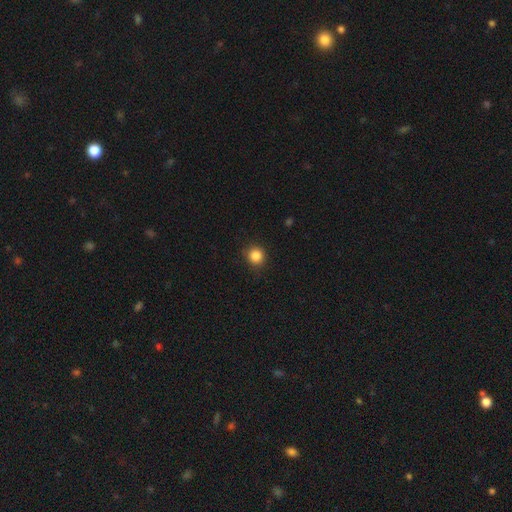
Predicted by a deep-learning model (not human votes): Smooth or featured?
  - smooth: 85% *
  - star or artifact: 11%
  - featured or disk: 4%
How rounded?
  - round: 91% *
  - in between: 8%
  - cigar-shaped: 1%
Merging?
  - none: 88% *
  - minor disturbance: 8%
  - major disturbance: 2%
  - merger: 1%